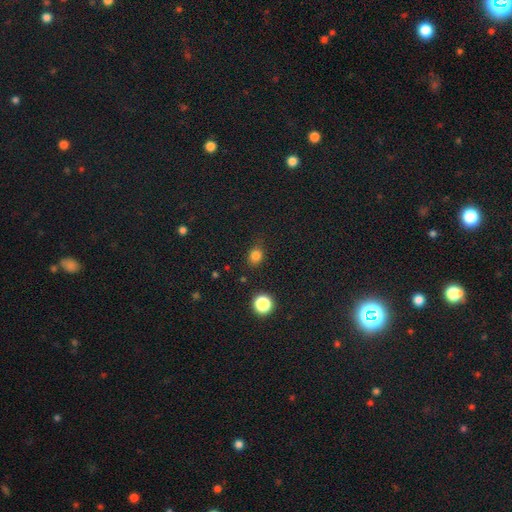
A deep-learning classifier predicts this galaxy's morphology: A smooth galaxy with no disk features (80%) that is round (64%).

Vote fractions:
- Smooth or featured? smooth: 80% / star or artifact: 15% / featured or disk: 5%
- How rounded? round: 64% / in between: 35% / cigar-shaped: 1%
- Merging? none: 79% / minor disturbance: 15% / major disturbance: 4% / merger: 2%